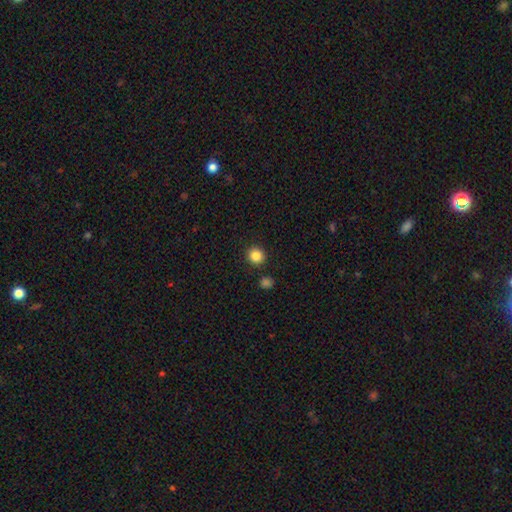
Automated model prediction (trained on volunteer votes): This is clearly a smooth galaxy (85%). How rounded: clearly round (93%). Merging: clearly none (90%).